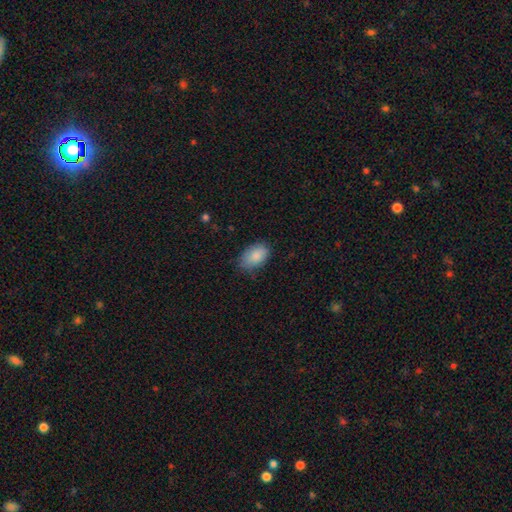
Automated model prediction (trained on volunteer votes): Smooth or featured? smooth (87%)
How rounded? in between (91%)
Merging? none (71%)